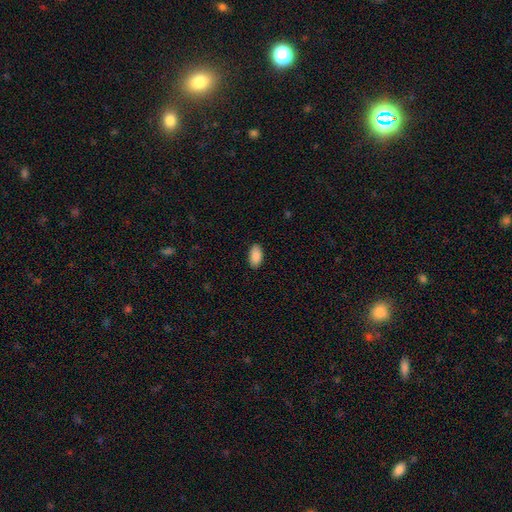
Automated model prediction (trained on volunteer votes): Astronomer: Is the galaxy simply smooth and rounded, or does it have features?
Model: smooth — 90%.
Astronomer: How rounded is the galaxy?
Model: in between — 95%.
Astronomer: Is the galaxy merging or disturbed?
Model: none — 88%.